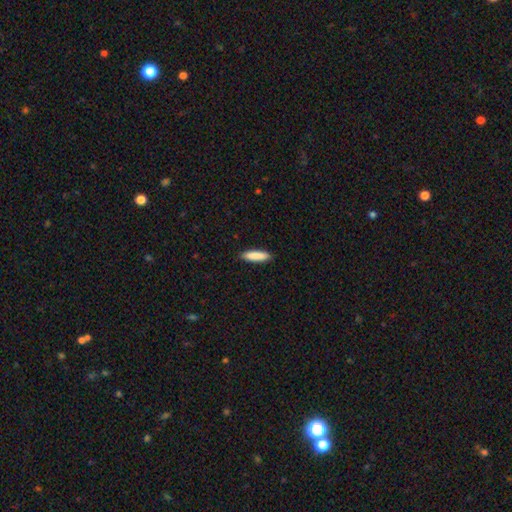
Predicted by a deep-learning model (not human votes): Smooth or featured? Predicted: smooth (p=0.88). How rounded? Predicted: cigar-shaped (p=0.70). Merging? Predicted: none (p=0.90).